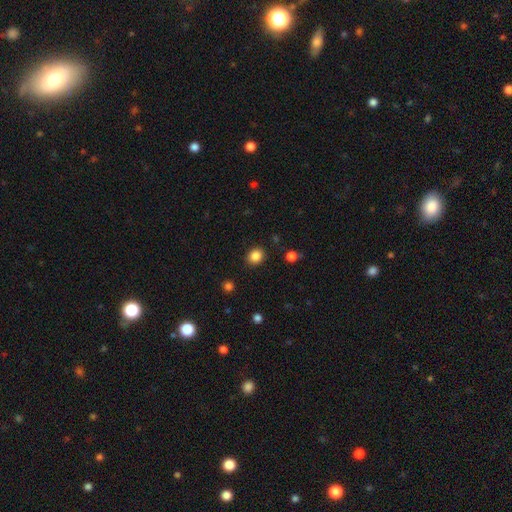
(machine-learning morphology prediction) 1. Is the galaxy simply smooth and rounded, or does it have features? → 86% smooth, 11% star or artifact, 4% featured or disk.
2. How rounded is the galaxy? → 70% round, 29% in between, 1% cigar-shaped.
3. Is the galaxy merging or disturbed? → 88% none, 8% minor disturbance, 2% major disturbance, 2% merger.